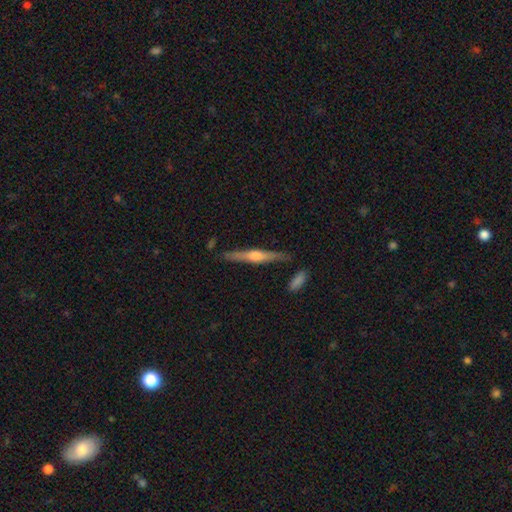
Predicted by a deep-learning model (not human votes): Smooth or featured? Predicted: featured or disk (p=0.71). Edge-on disk? Predicted: yes (p=0.97). Edge-on bulge? Predicted: rounded (p=0.88). Merging? Predicted: none (p=0.84).